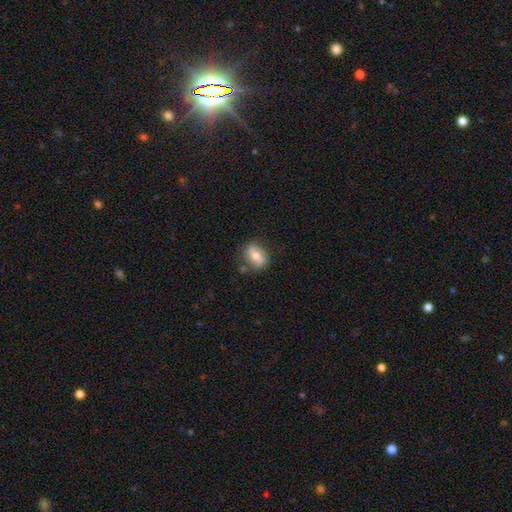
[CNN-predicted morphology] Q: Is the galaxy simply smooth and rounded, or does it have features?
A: smooth — 53%.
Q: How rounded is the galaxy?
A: in between — 62%.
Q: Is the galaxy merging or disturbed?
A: none — 75%.